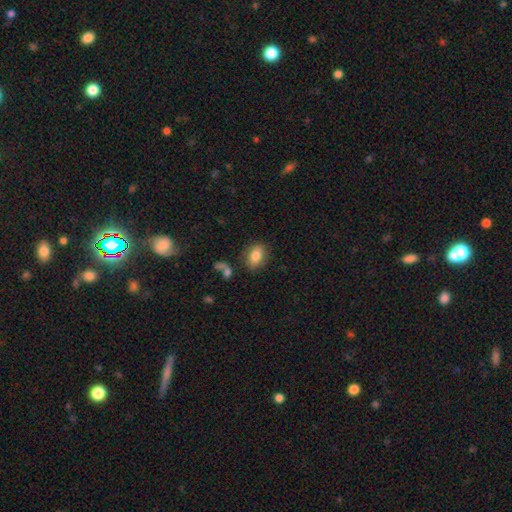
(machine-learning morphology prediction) Smooth or featured?
  - smooth: 80% *
  - featured or disk: 12%
  - star or artifact: 8%
How rounded?
  - in between: 82% *
  - round: 15%
  - cigar-shaped: 3%
Merging?
  - none: 79% *
  - minor disturbance: 13%
  - merger: 4%
  - major disturbance: 4%